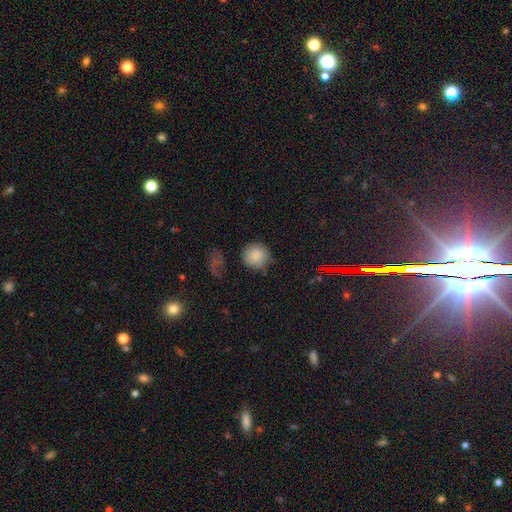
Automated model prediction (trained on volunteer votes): A smooth galaxy with no disk features (85%) that is round (90%).

Vote fractions:
- Smooth or featured? smooth: 85% / star or artifact: 9% / featured or disk: 6%
- How rounded? round: 90% / in between: 9% / cigar-shaped: 1%
- Merging? none: 73% / minor disturbance: 18% / major disturbance: 5% / merger: 3%